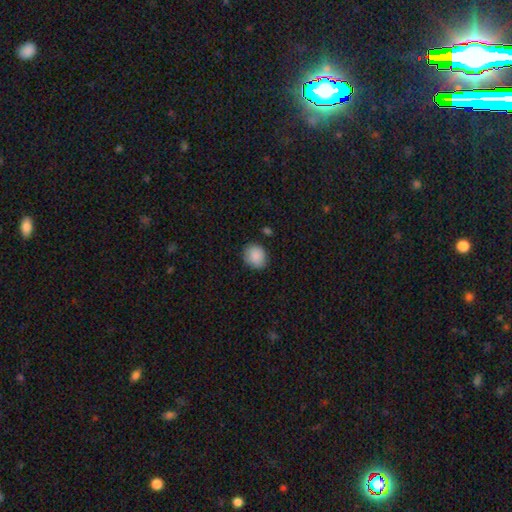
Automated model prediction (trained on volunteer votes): A smooth galaxy with no disk features (89%) that is round (69%).

Vote fractions:
- Smooth or featured? smooth: 89% / star or artifact: 7% / featured or disk: 4%
- How rounded? round: 69% / in between: 30% / cigar-shaped: 1%
- Merging? none: 85% / minor disturbance: 11% / major disturbance: 2% / merger: 2%